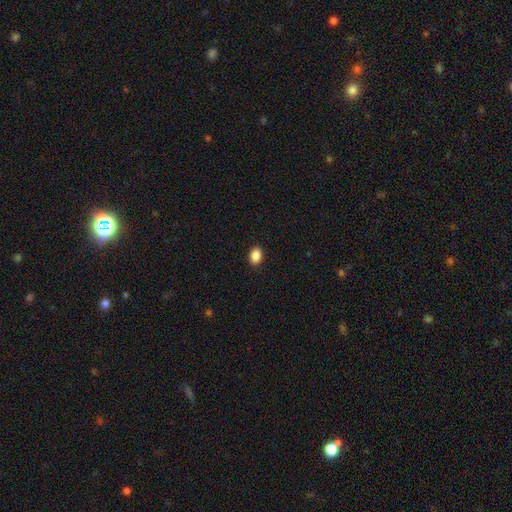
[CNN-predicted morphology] smooth 89%, star or artifact 8%, featured or disk 3%. Down the decision tree: how rounded — in between (83%); merging — none (91%).